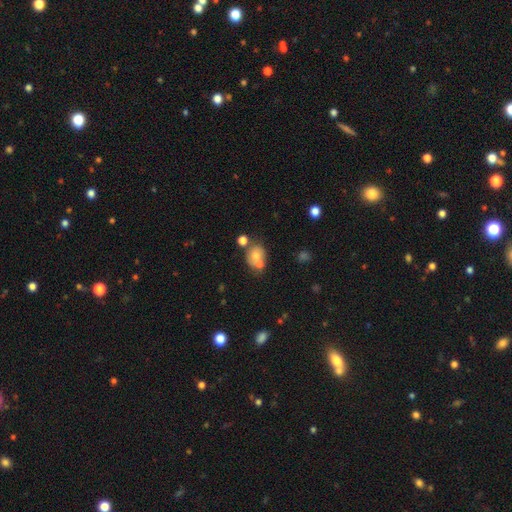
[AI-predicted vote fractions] smooth_or_featured: smooth (p=0.69) [alt: featured or disk p=0.19]
how_rounded: round (p=0.60) [alt: in between p=0.39]
merging: none (p=0.45) [alt: merger p=0.38]